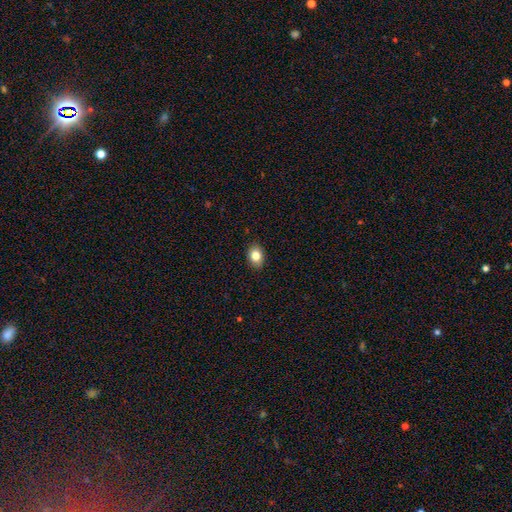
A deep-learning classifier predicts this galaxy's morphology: smooth-or-featured: smooth: 82% | star or artifact: 9% | featured or disk: 8%
  how-rounded: in between: 69% | round: 30% | cigar-shaped: 1%
  merging: none: 90% | minor disturbance: 8% | major disturbance: 2% | merger: 1%